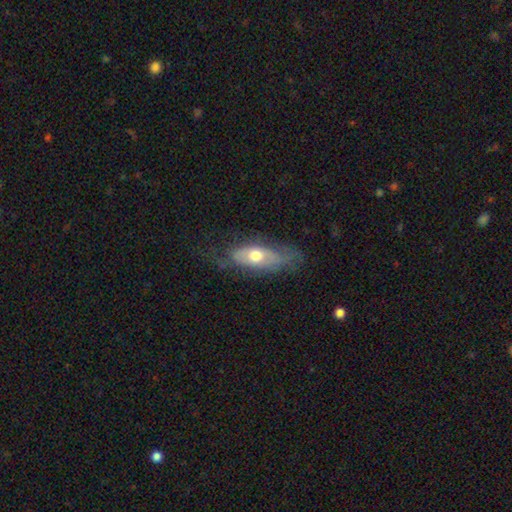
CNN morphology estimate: Smooth or featured? smooth (49%)
Merging? none (54%)